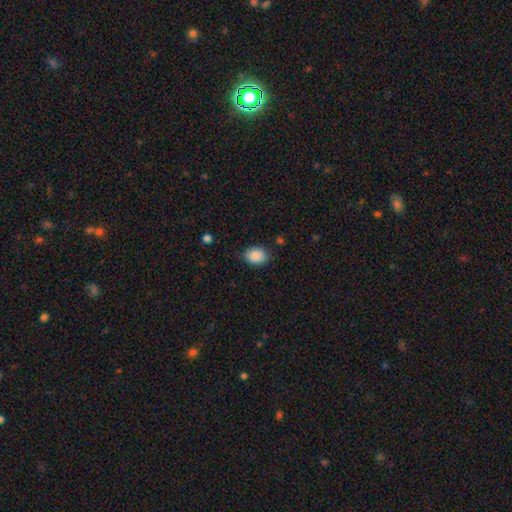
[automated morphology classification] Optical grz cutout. It shows a smooth galaxy with no disk features (88%) that is in between round and cigar-shaped (68%). Merging: none (81%).